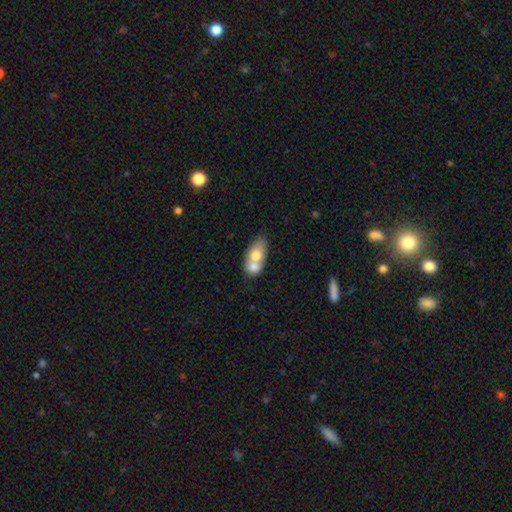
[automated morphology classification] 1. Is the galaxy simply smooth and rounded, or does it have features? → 68% smooth, 25% featured or disk, 7% star or artifact.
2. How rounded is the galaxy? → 78% in between, 16% round, 6% cigar-shaped.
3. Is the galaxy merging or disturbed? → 68% merger, 20% none, 8% minor disturbance, 4% major disturbance.